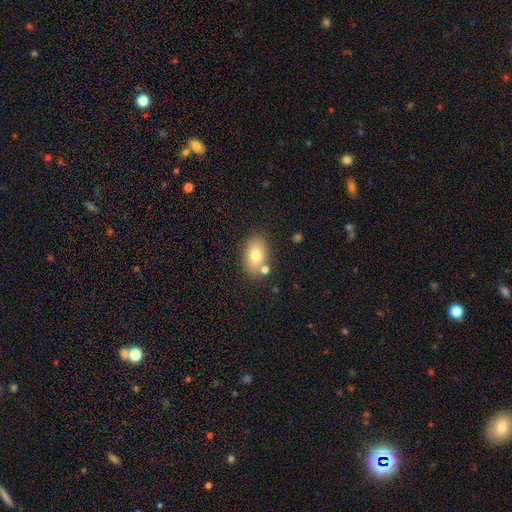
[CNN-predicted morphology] A smooth galaxy with no disk features (76%) that is in between round and cigar-shaped (87%).

Vote fractions:
- Smooth or featured? smooth: 76% / featured or disk: 15% / star or artifact: 8%
- How rounded? in between: 87% / round: 12% / cigar-shaped: 1%
- Merging? none: 74% / minor disturbance: 13% / merger: 10% / major disturbance: 3%